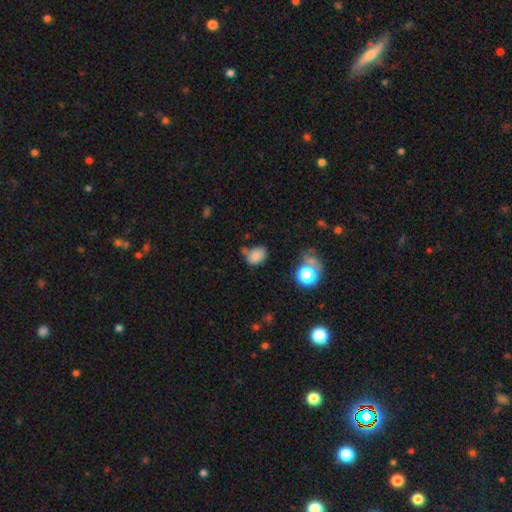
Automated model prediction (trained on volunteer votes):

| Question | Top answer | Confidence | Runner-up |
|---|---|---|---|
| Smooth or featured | smooth | 79% | star or artifact (13%) |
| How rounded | in between | 65% | round (34%) |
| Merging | none | 50% | minor disturbance (26%) |